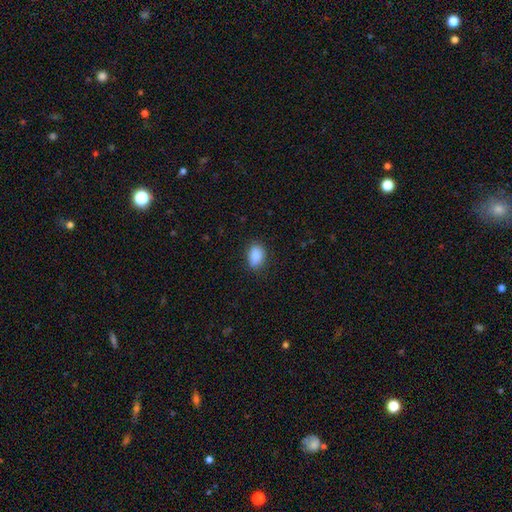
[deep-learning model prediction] Smooth or featured? smooth (89%)
How rounded? in between (81%)
Merging? none (81%)